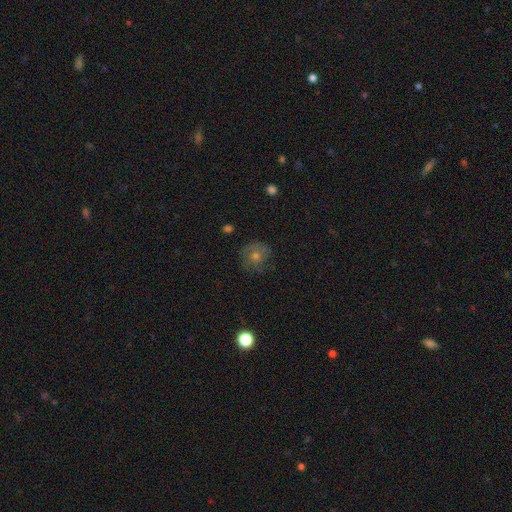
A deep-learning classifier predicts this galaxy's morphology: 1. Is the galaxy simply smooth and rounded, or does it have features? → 43% featured or disk, 41% smooth, 16% star or artifact.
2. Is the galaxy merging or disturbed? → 77% none, 15% minor disturbance, 6% major disturbance, 1% merger.